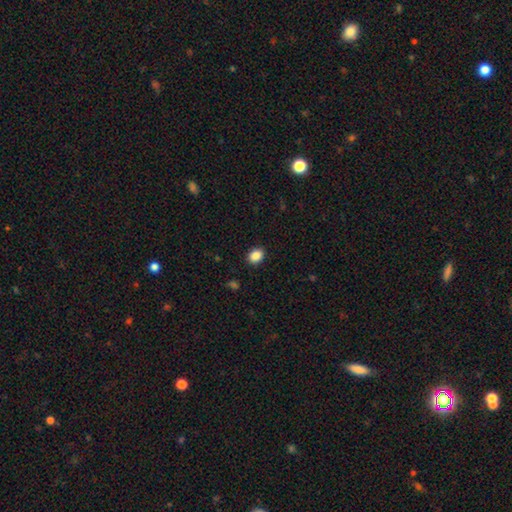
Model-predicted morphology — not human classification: A smooth galaxy with no disk features (88%) that is in between round and cigar-shaped (57%). Merging: none (90%).